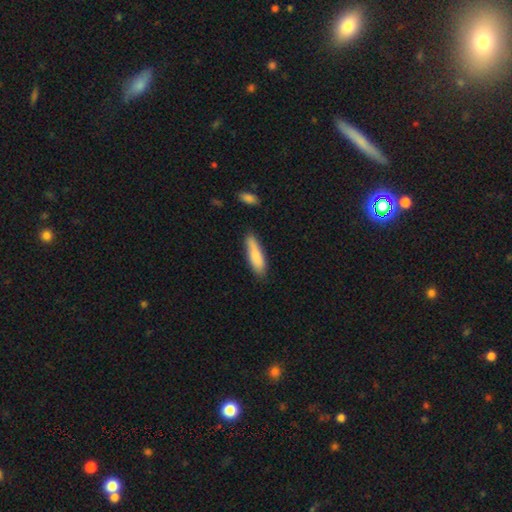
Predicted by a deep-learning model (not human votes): Smooth or featured?
  - smooth: 81% *
  - featured or disk: 13%
  - star or artifact: 6%
How rounded?
  - cigar-shaped: 62% *
  - in between: 36%
  - round: 2%
Merging?
  - none: 72% *
  - minor disturbance: 21%
  - major disturbance: 4%
  - merger: 4%